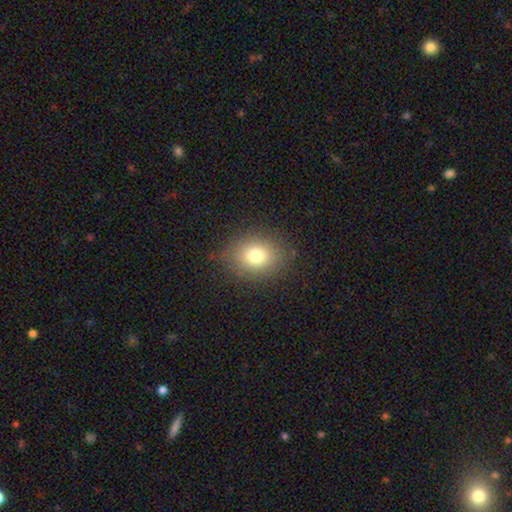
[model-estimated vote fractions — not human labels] Smooth or featured?
  - smooth: 77% *
  - star or artifact: 13%
  - featured or disk: 10%
How rounded?
  - round: 56% *
  - in between: 43%
  - cigar-shaped: 1%
Merging?
  - none: 85% *
  - minor disturbance: 10%
  - major disturbance: 4%
  - merger: 1%